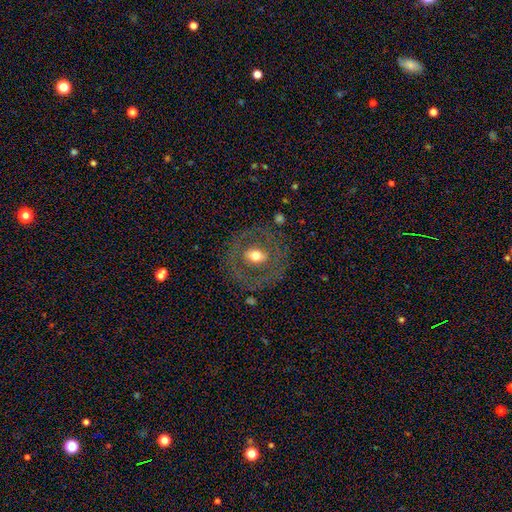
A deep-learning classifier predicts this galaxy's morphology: smooth_or_featured: featured or disk (p=0.54) [alt: smooth p=0.38]
disk_edge_on: no (p=0.94) [alt: yes p=0.06]
bar: no (p=0.50) [alt: weak p=0.31]
has_spiral_arms: no (p=0.81) [alt: yes p=0.19]
bulge_size: moderate (p=0.69) [alt: large p=0.18]
merging: none (p=0.79) [alt: minor disturbance p=0.11]